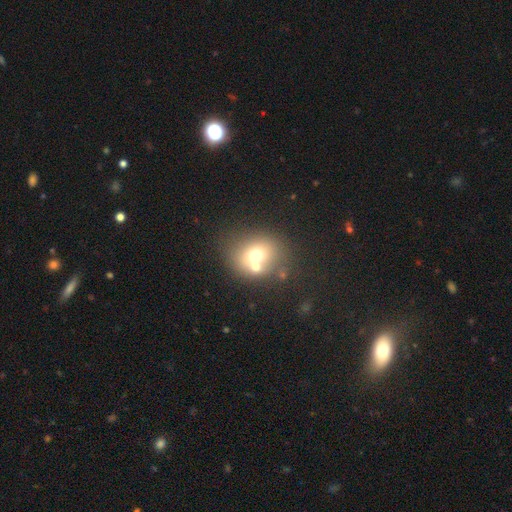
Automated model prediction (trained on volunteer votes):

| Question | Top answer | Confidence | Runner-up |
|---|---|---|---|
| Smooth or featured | smooth | 65% | featured or disk (21%) |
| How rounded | round | 69% | in between (30%) |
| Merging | none | 48% | merger (38%) |